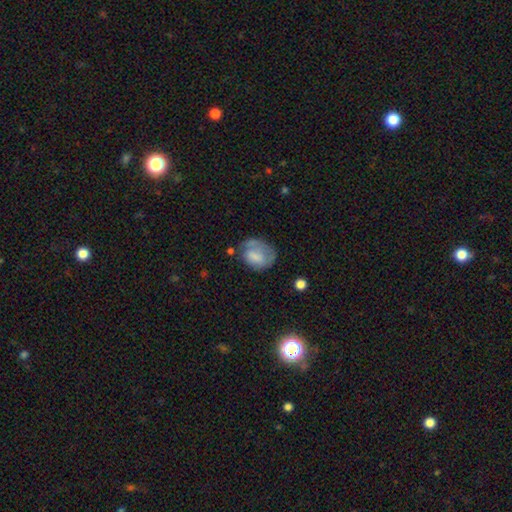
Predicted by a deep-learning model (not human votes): This is likely a smooth galaxy (62%). How rounded: possibly in between (56%). Merging: marginally none (43%).